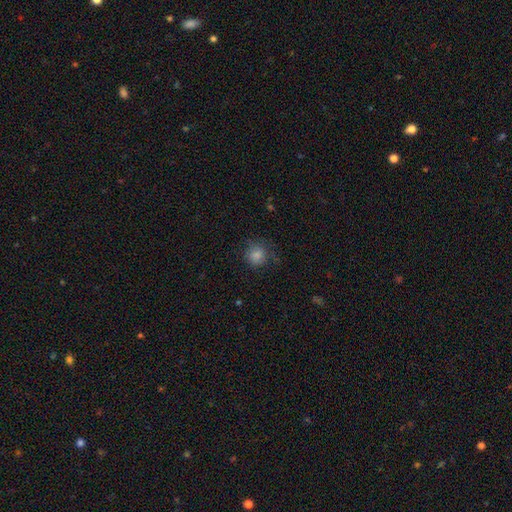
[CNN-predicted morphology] The model was most divided on "merging": none: 74%, minor disturbance: 17%, major disturbance: 8%, merger: 1%. More confident: how rounded — round (88%); smooth or featured — smooth (77%).